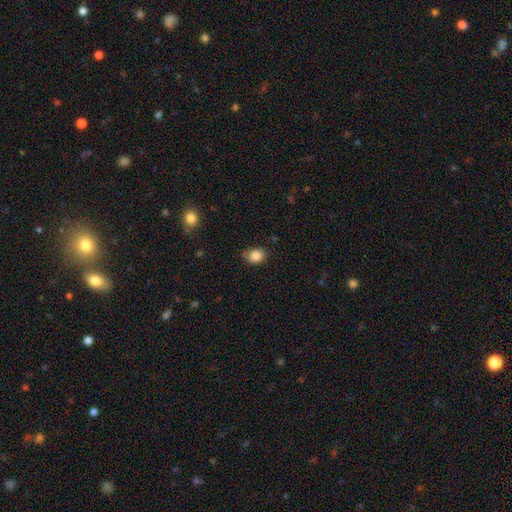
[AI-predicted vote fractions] This appears to be a smooth galaxy with no disk features (86%) that is in between round and cigar-shaped (51%). Merging: none (71%).